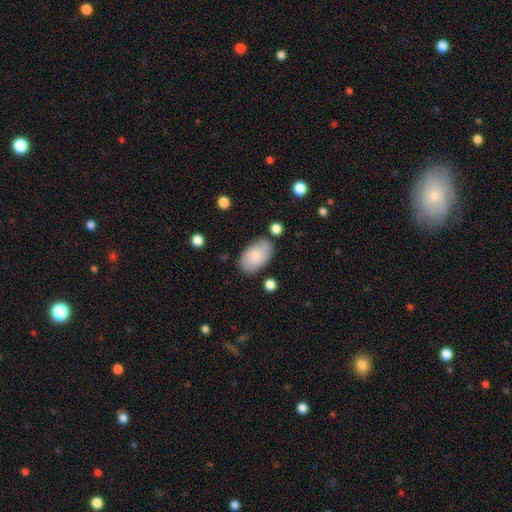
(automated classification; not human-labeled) Smooth or featured? smooth (76%)
How rounded? in between (94%)
Merging? none (76%)